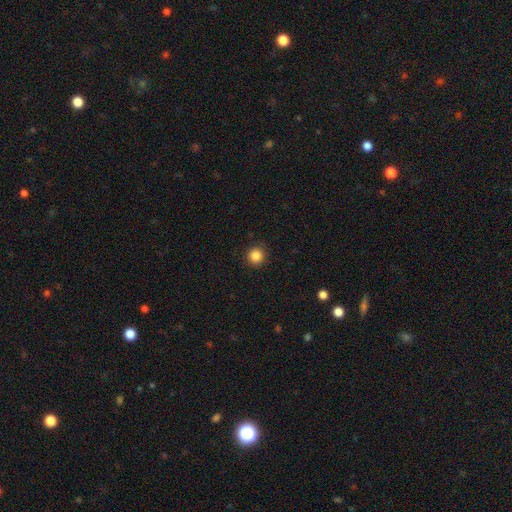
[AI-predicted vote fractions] This appears to be a smooth galaxy with no disk features (86%) that is round (95%). Merging: none (91%).